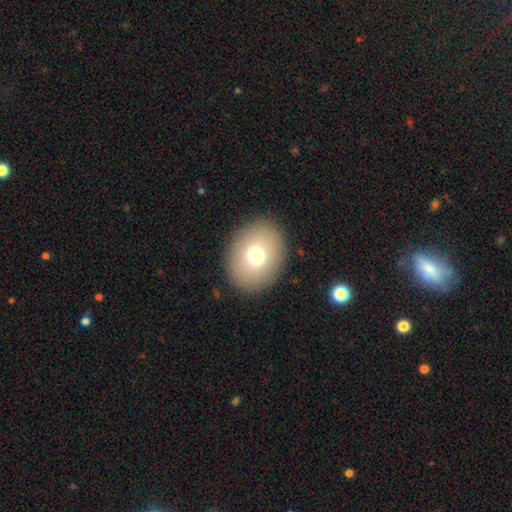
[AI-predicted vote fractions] A smooth galaxy with no disk features (73%) that is in between round and cigar-shaped (58%).

Vote fractions:
- Smooth or featured? smooth: 73% / featured or disk: 16% / star or artifact: 11%
- How rounded? in between: 58% / round: 41% / cigar-shaped: 1%
- Merging? none: 89% / minor disturbance: 7% / major disturbance: 3% / merger: 1%